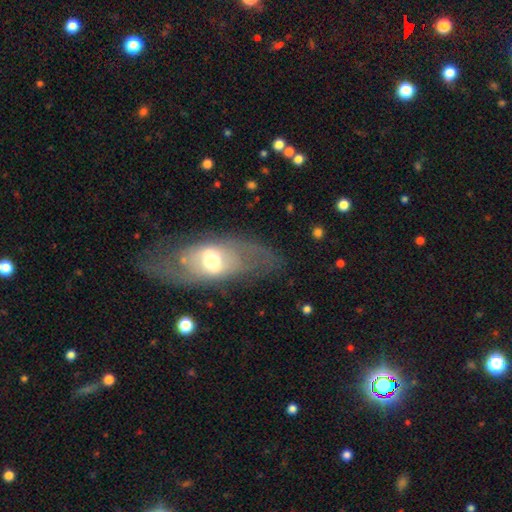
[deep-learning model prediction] Smooth or featured: featured or disk — 69% (smooth — 21%)
Edge-on disk: no — 81% (yes — 19%)
Bar: no — 49% (weak — 38%)
Spiral arms: yes — 74% (no — 26%)
Bulge size: moderate — 66% (small — 19%)
Merging: none — 77% (minor disturbance — 15%)